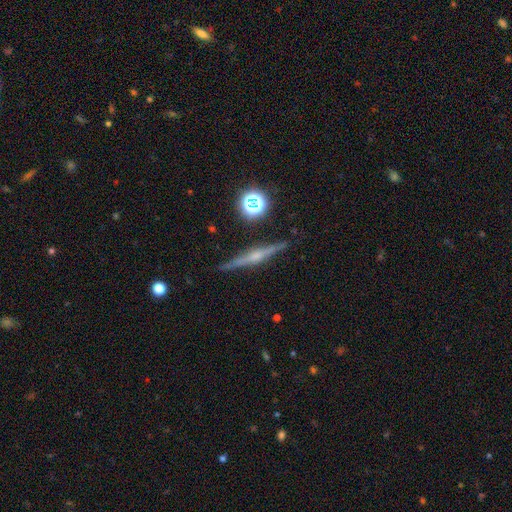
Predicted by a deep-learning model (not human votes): A featured or disk galaxy (80%) viewed edge-on (98%) with a rounded central bulge (79%).

Vote fractions:
- Smooth or featured? featured or disk: 80% / smooth: 12% / star or artifact: 8%
- Edge-on disk? yes: 98% / no: 2%
- Edge-on bulge? rounded: 79% / boxy: 11% / none: 10%
- Merging? none: 90% / minor disturbance: 7% / major disturbance: 2% / merger: 2%